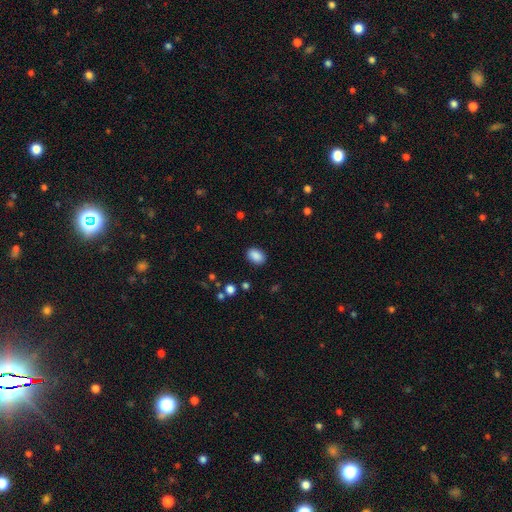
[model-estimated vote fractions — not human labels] Smooth or featured: smooth — 88% (star or artifact — 8%)
How rounded: in between — 81% (round — 18%)
Merging: none — 88% (minor disturbance — 9%)